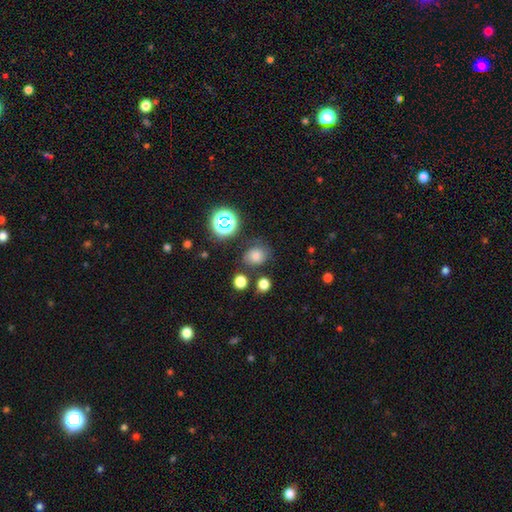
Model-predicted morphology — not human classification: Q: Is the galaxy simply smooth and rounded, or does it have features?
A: smooth — 68%.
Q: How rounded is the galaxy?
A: round — 64%.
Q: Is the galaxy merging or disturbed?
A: none — 68%.